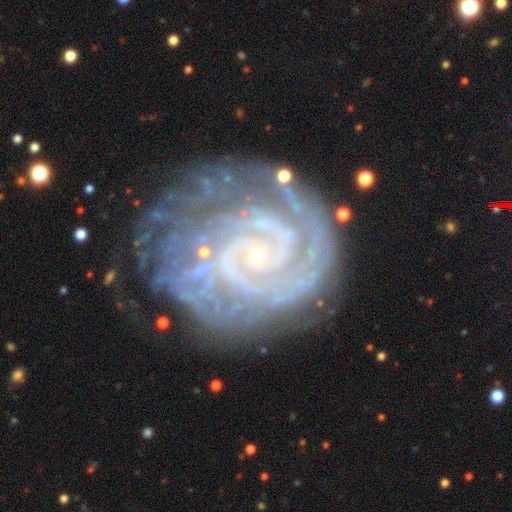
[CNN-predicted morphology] This appears to be a featured or disk galaxy (90%) with no bar (65%), 2 (37%) tight (79%) spiral arms (98%) and a small central bulge (88%). Merging: none (65%).